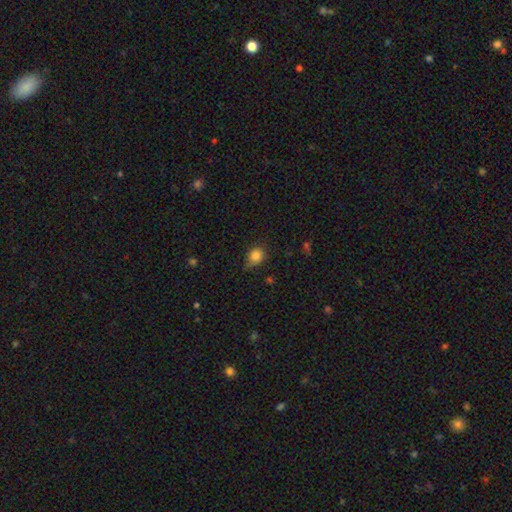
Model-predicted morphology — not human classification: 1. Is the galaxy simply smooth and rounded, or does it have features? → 82% smooth, 11% star or artifact, 7% featured or disk.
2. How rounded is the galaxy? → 75% round, 24% in between, 1% cigar-shaped.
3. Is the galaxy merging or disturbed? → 58% none, 33% minor disturbance, 7% major disturbance, 2% merger.